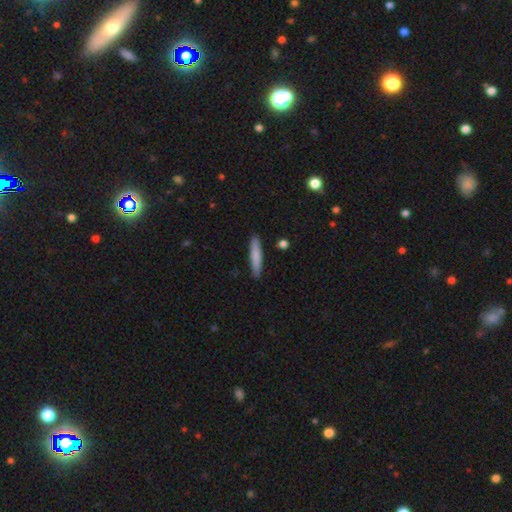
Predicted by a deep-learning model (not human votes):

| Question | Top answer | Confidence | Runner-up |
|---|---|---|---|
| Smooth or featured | smooth | 78% | featured or disk (16%) |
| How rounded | cigar-shaped | 90% | in between (8%) |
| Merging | none | 88% | minor disturbance (9%) |